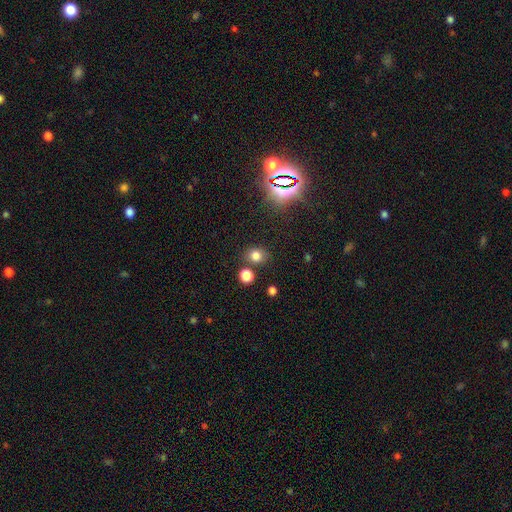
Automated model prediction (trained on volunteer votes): Smooth or featured?
  - smooth: 76% *
  - star or artifact: 18%
  - featured or disk: 6%
How rounded?
  - round: 68% *
  - in between: 31%
  - cigar-shaped: 1%
Merging?
  - none: 74% *
  - merger: 12%
  - minor disturbance: 10%
  - major disturbance: 4%